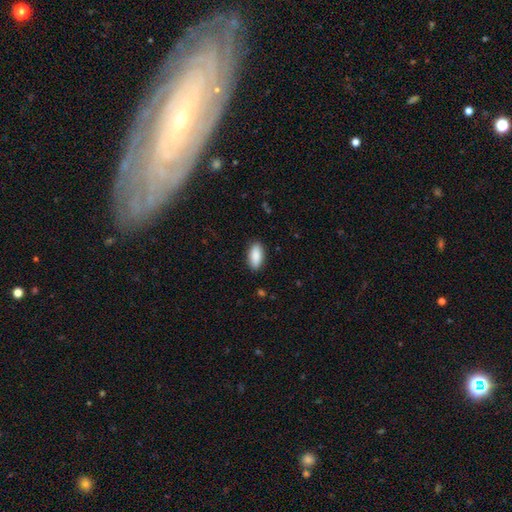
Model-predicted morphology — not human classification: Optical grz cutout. It shows a smooth galaxy with no disk features (88%) that is in between round and cigar-shaped (85%). Merging: none (87%).